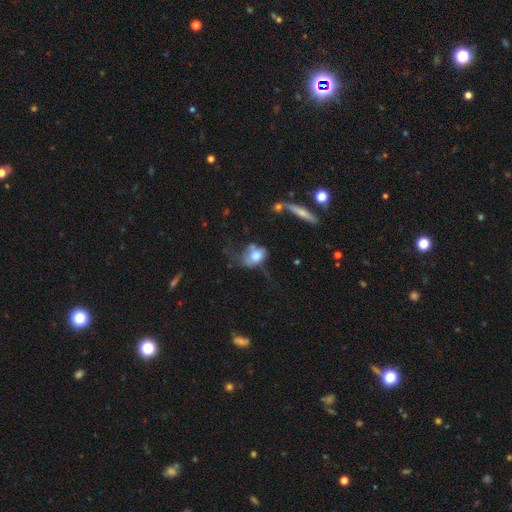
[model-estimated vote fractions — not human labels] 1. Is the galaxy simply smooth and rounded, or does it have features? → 61% smooth, 29% featured or disk, 10% star or artifact.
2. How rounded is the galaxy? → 66% in between, 32% round, 2% cigar-shaped.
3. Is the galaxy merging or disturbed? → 41% major disturbance, 24% none, 23% minor disturbance, 13% merger.